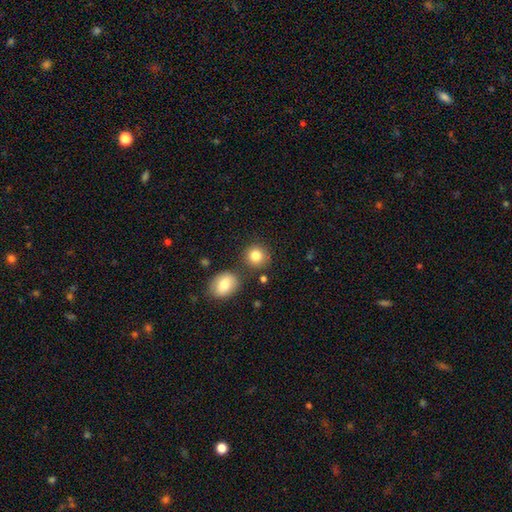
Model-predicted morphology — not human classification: smooth 84%, star or artifact 10%, featured or disk 6%. Down the decision tree: how rounded — round (86%); merging — none (80%).